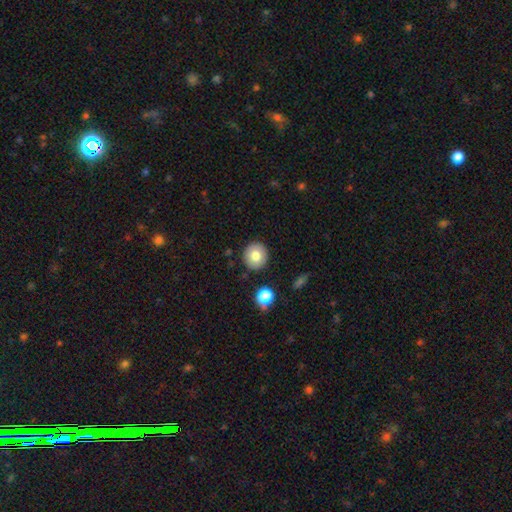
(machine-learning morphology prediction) A smooth galaxy with no disk features (78%) that is round (91%). Merging: none (89%).